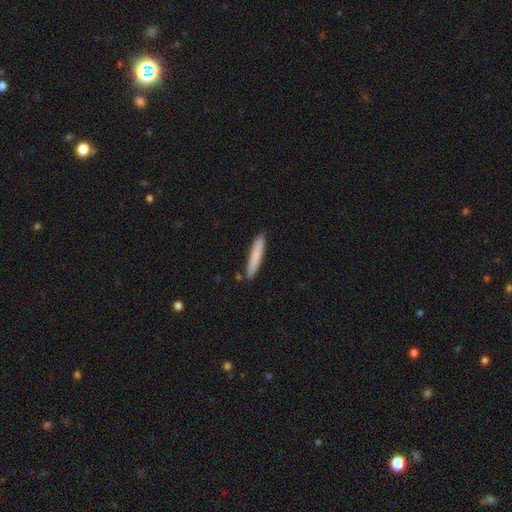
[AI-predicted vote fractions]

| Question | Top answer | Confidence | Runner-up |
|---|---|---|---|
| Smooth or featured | smooth | 78% | featured or disk (16%) |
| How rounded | cigar-shaped | 94% | in between (5%) |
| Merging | none | 87% | minor disturbance (9%) |